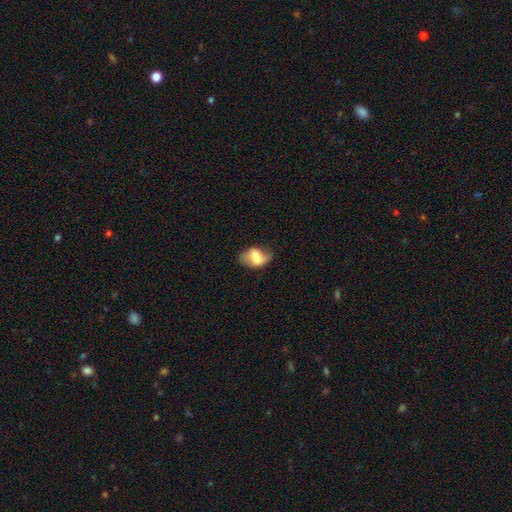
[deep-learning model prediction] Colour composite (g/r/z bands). It shows a smooth galaxy with no disk features (60%) that is in between round and cigar-shaped (82%). Merging: none (61%).